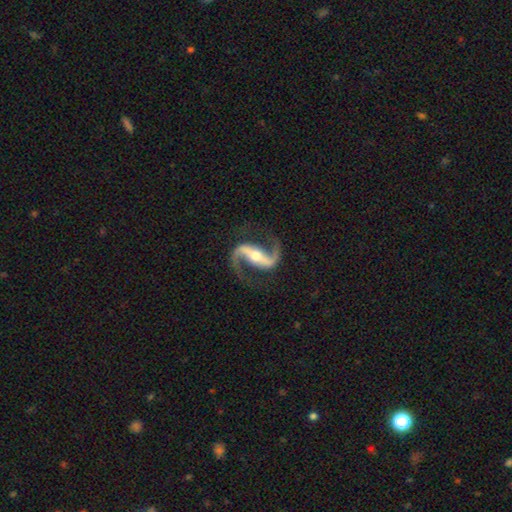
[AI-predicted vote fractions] featured or disk 94%, star or artifact 3%, smooth 3%. Down the decision tree: edge-on disk — no (97%); bar — strong (66%); spiral arms — yes (98%); spiral arm count — 2 (94%); spiral winding — medium (47%); bulge size — moderate (58%); merging — none (84%).